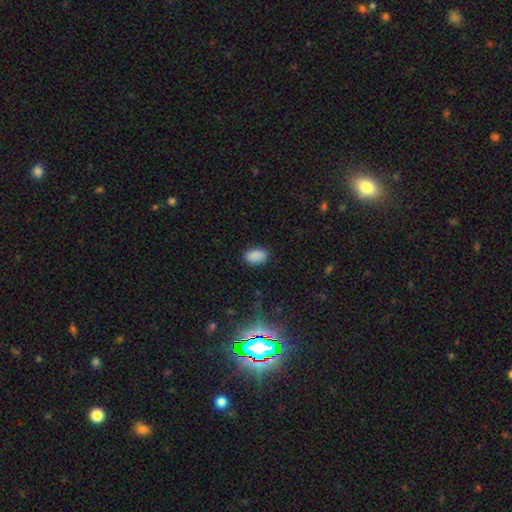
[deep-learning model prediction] The model was most divided on "merging": none: 84%, minor disturbance: 12%, major disturbance: 3%, merger: 1%. More confident: how rounded — in between (90%); smooth or featured — smooth (87%).